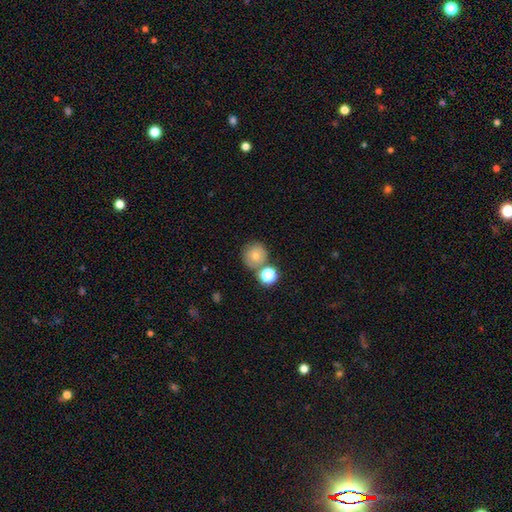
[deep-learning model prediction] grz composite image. It shows a smooth galaxy with no disk features (74%) that is round (92%). Merging: none (64%).